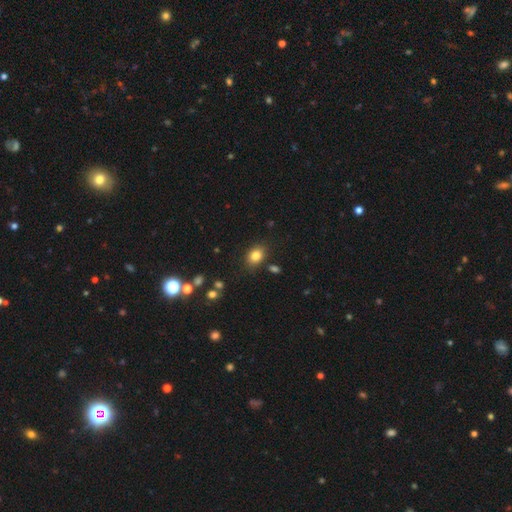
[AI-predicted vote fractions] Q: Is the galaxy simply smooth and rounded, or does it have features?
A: smooth — 82%.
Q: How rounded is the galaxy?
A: in between — 67%.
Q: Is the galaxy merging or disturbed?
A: none — 81%.